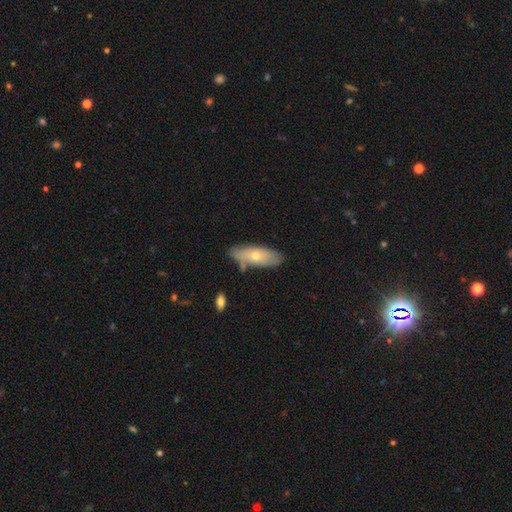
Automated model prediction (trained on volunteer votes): Smooth or featured?
  - smooth: 55% *
  - featured or disk: 39%
  - star or artifact: 7%
How rounded?
  - in between: 71% *
  - cigar-shaped: 26%
  - round: 3%
Merging?
  - none: 72% *
  - minor disturbance: 19%
  - merger: 5%
  - major disturbance: 4%